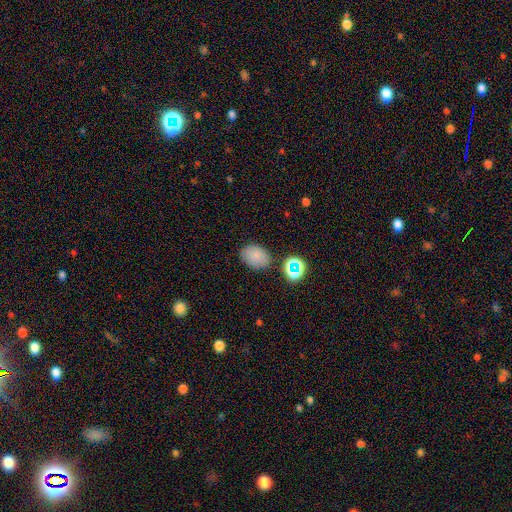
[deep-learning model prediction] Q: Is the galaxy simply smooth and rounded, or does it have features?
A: smooth — 77%.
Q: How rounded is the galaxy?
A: in between — 71%.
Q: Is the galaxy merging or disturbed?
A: none — 78%.